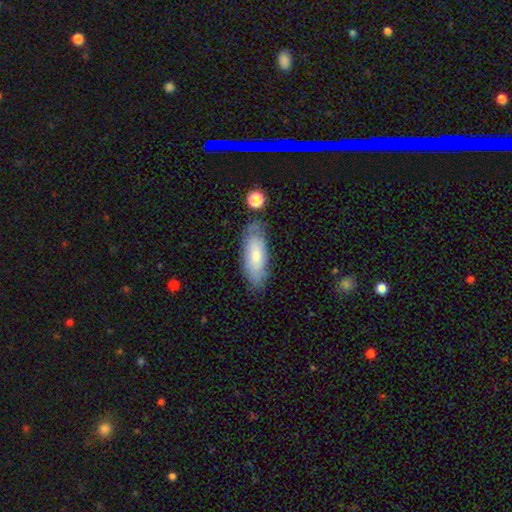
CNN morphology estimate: smooth 70%, featured or disk 24%, star or artifact 6%. Down the decision tree: how rounded — in between (73%); merging — none (72%).